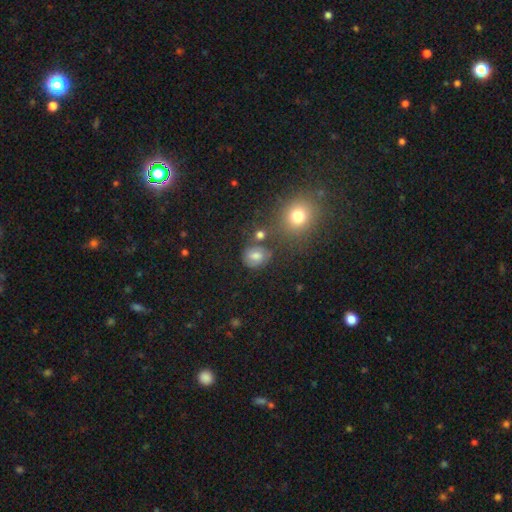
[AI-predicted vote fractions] The model was most divided on "how rounded": round: 69%, in between: 29%, cigar-shaped: 1%. More confident: merging — none (70%); smooth or featured — smooth (66%).